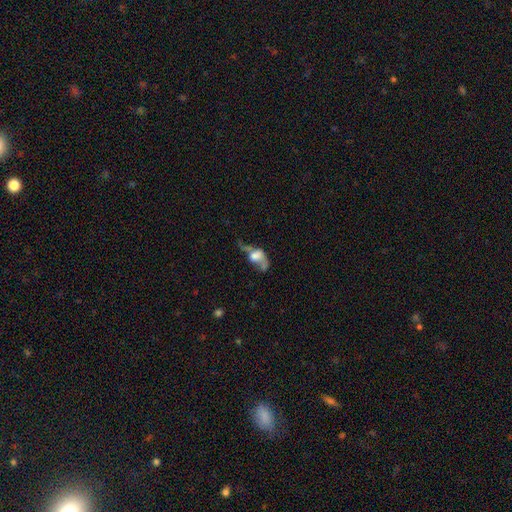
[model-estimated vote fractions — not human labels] This is marginally a smooth galaxy (44%, tied with featured or disk). Merging: marginally major disturbance (41%).